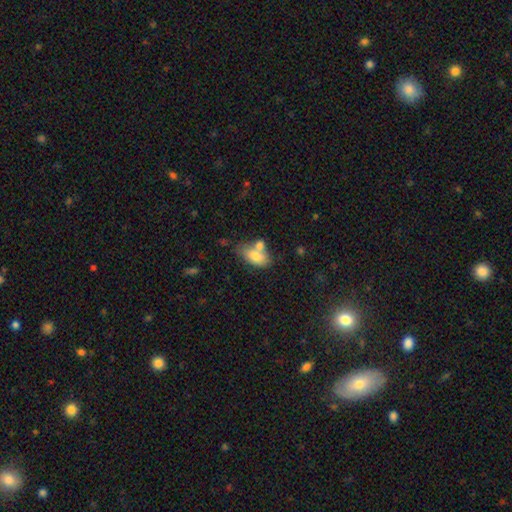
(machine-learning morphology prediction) smooth_or_featured: smooth (p=0.76) [alt: featured or disk p=0.17]
how_rounded: in between (p=0.90) [alt: round p=0.06]
merging: none (p=0.40) [alt: merger p=0.38]